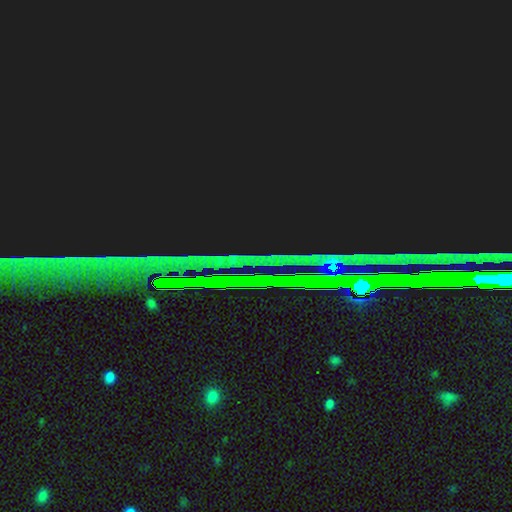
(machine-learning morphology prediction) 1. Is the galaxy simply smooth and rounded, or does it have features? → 84% star or artifact, 9% featured or disk, 7% smooth.